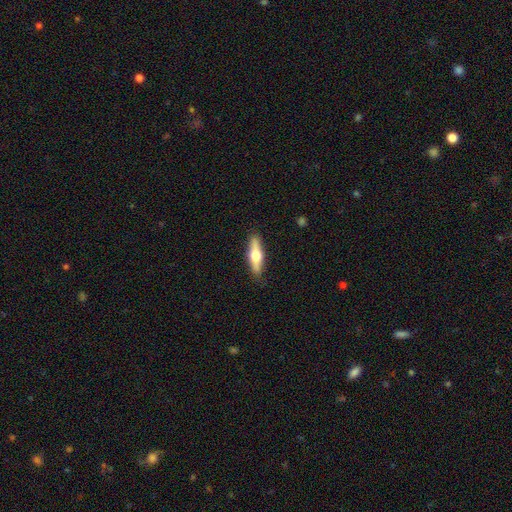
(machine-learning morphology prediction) Q: Smooth or featured?
A: featured or disk (53%); runner-up: smooth (42%)
Q: Edge-on disk?
A: yes (93%); runner-up: no (7%)
Q: Merging?
A: none (87%); runner-up: minor disturbance (9%)